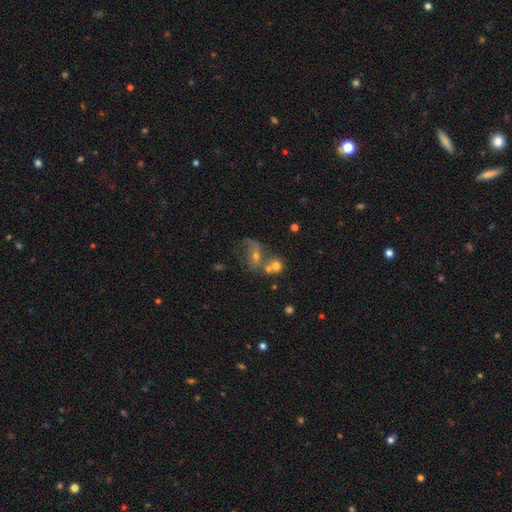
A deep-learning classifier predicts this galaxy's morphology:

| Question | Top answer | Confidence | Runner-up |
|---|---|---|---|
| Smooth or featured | featured or disk | 46% | smooth (35%) |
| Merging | merger | 38% | none (31%) |